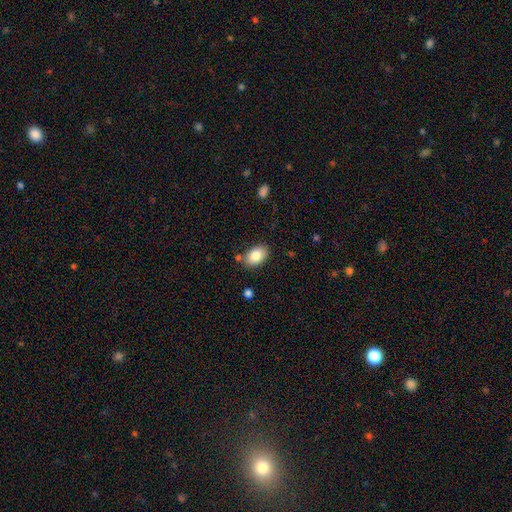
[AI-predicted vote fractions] Smooth or featured? smooth (84%)
How rounded? in between (87%)
Merging? none (80%)